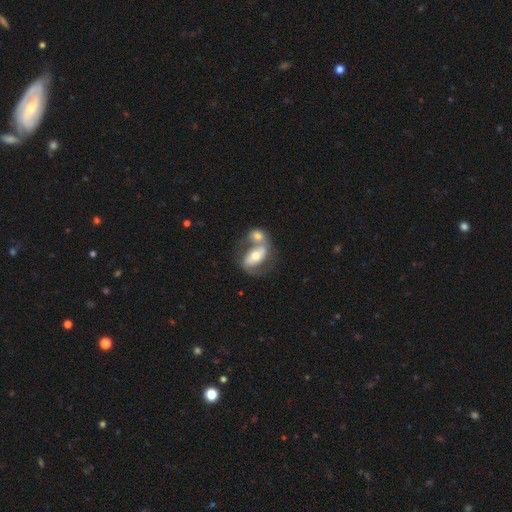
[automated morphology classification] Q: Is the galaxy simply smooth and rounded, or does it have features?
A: featured or disk — 60%.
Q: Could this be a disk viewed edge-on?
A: no — 94%.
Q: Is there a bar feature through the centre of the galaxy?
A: no — 44%.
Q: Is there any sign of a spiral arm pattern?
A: yes — 65%.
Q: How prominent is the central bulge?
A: moderate — 67%.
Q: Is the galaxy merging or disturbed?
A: merger — 60%.